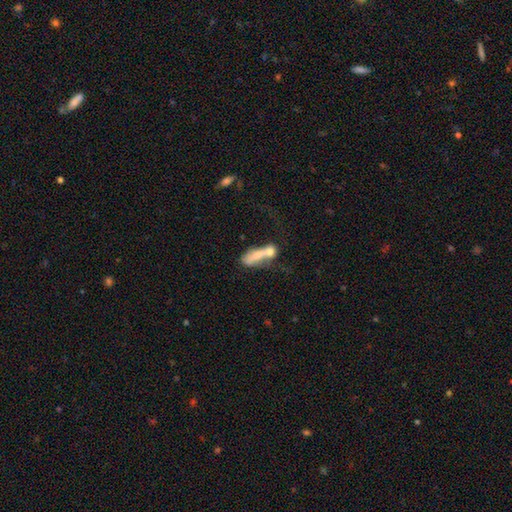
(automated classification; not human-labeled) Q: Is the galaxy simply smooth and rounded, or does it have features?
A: smooth — 58%.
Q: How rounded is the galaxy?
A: in between — 58%.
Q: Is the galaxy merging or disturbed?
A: merger — 58%.